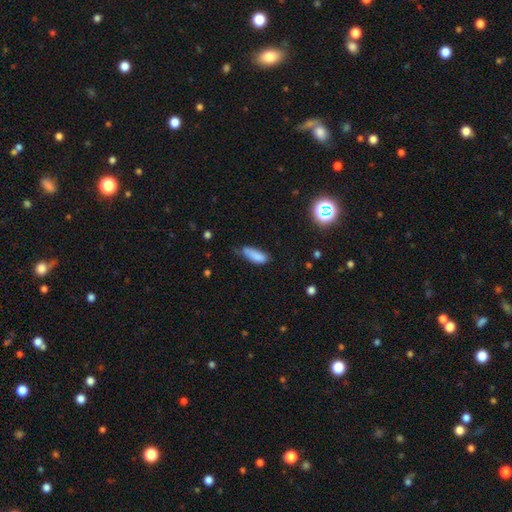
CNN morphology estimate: smooth_or_featured: smooth (p=0.83) [alt: star or artifact p=0.09]
how_rounded: in between (p=0.74) [alt: cigar-shaped p=0.24]
merging: none (p=0.42) [alt: minor disturbance p=0.41]